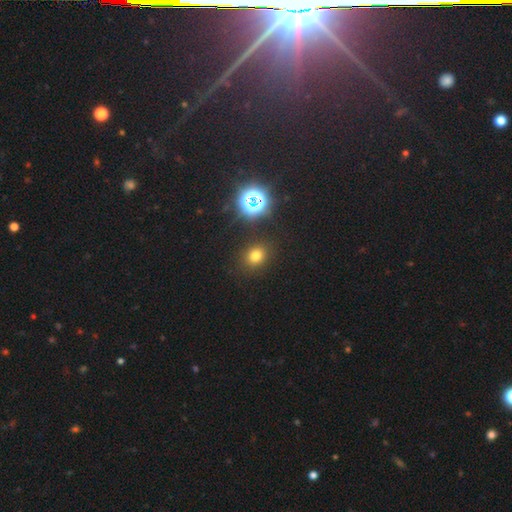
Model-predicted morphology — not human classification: Smooth or featured?
  - smooth: 72% *
  - star or artifact: 22%
  - featured or disk: 6%
How rounded?
  - round: 70% *
  - in between: 29%
  - cigar-shaped: 1%
Merging?
  - none: 88% *
  - minor disturbance: 7%
  - major disturbance: 3%
  - merger: 2%